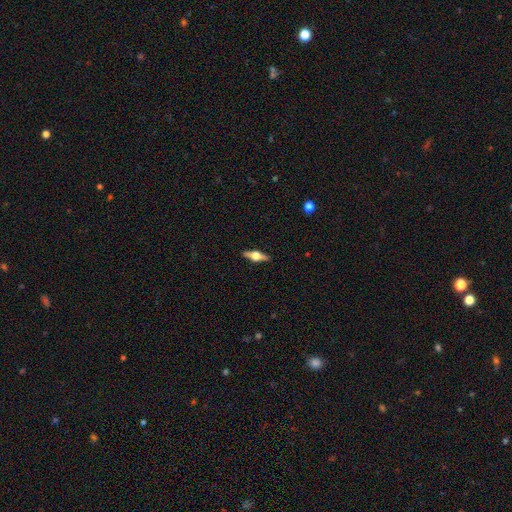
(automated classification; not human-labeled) Q: Smooth or featured?
A: featured or disk (74%); runner-up: smooth (20%)
Q: Edge-on disk?
A: yes (97%); runner-up: no (3%)
Q: Edge-on bulge?
A: rounded (94%); runner-up: boxy (4%)
Q: Merging?
A: none (90%); runner-up: minor disturbance (7%)